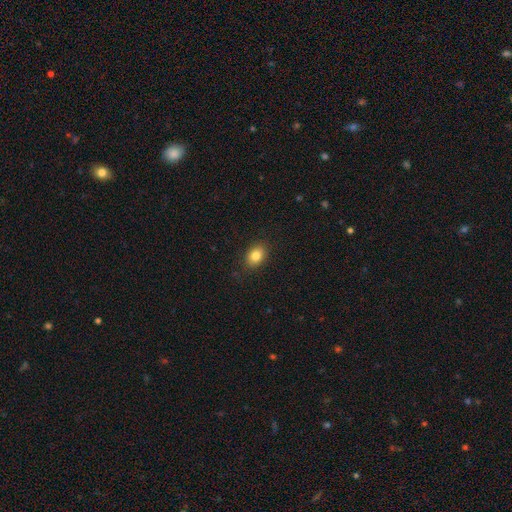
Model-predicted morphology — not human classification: smooth-or-featured: smooth: 83% | star or artifact: 9% | featured or disk: 8%
  how-rounded: in between: 74% | round: 25% | cigar-shaped: 1%
  merging: none: 87% | minor disturbance: 9% | major disturbance: 2% | merger: 1%